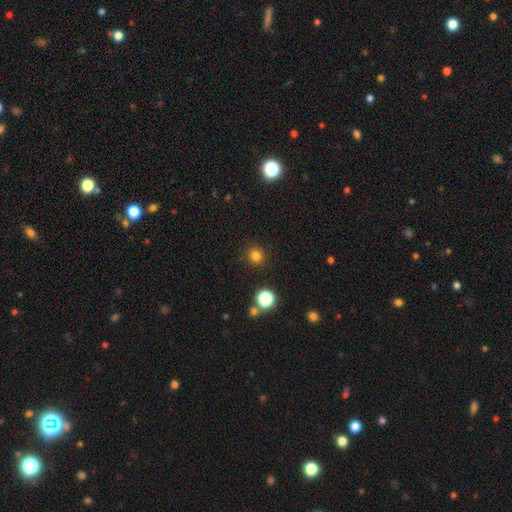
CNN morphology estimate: A smooth galaxy with no disk features (80%) that is round (91%).

Vote fractions:
- Smooth or featured? smooth: 80% / star or artifact: 15% / featured or disk: 4%
- How rounded? round: 91% / in between: 8% / cigar-shaped: 1%
- Merging? none: 90% / minor disturbance: 6% / major disturbance: 2% / merger: 2%